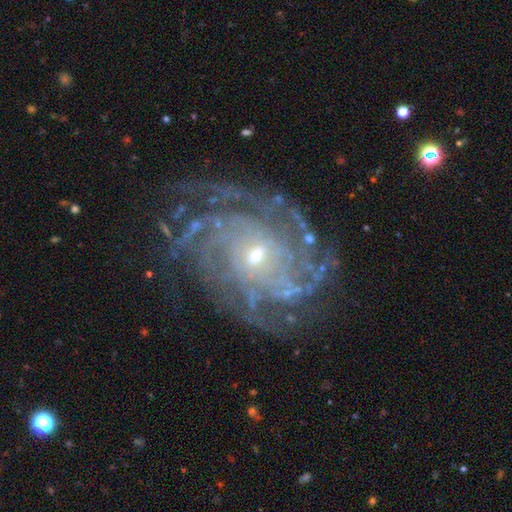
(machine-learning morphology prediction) A featured or disk galaxy (89%) with no bar (69%), more than 4 (34%) tight (72%) spiral arms (98%) and a small central bulge (69%).

Vote fractions:
- Smooth or featured? featured or disk: 89% / star or artifact: 7% / smooth: 4%
- Edge-on disk? no: 97% / yes: 3%
- Bar? no: 69% / weak: 23% / strong: 8%
- Spiral arms? yes: 98% / no: 2%
- Spiral winding? tight: 72% / medium: 23% / loose: 5%
- Spiral arm count? more than 4: 34% / can't tell: 21% / 4: 19% / 3: 10% / 2: 8% / 1: 8%
- Bulge size? small: 69% / moderate: 27% / large: 2% / none: 1% / dominant: 1%
- Merging? none: 79% / minor disturbance: 14% / major disturbance: 6% / merger: 1%